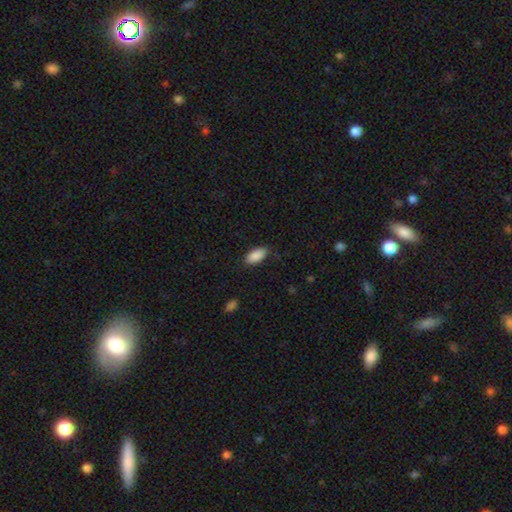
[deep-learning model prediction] smooth-or-featured: smooth: 90% | star or artifact: 7% | featured or disk: 4%
  how-rounded: in between: 93% | cigar-shaped: 5% | round: 2%
  merging: none: 85% | minor disturbance: 12% | major disturbance: 3% | merger: 1%